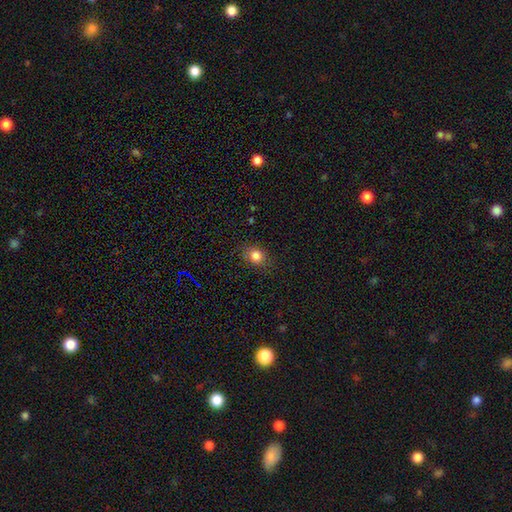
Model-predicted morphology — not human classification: Smooth or featured: smooth — 81% (star or artifact — 12%)
How rounded: round — 57% (in between — 42%)
Merging: none — 84% (minor disturbance — 11%)